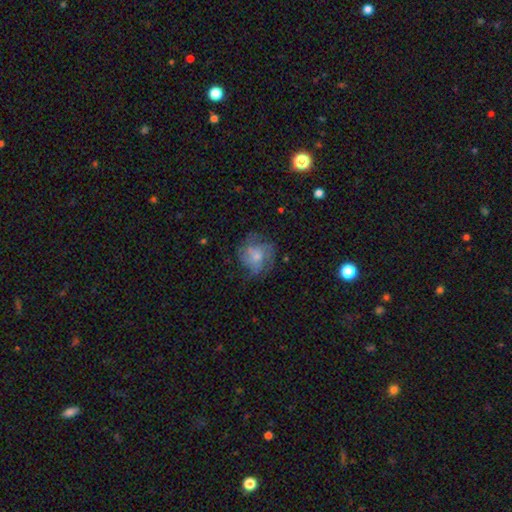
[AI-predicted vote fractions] featured or disk 49%, smooth 41%, star or artifact 10%. Down the decision tree: merging — none (59%).